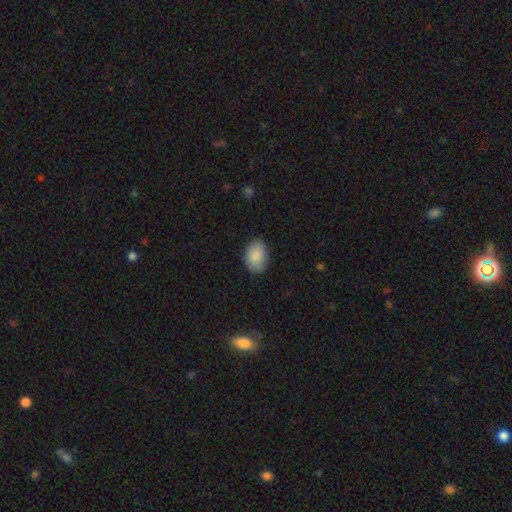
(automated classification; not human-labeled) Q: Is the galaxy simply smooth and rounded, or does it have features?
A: smooth — 89%.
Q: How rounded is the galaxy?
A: in between — 83%.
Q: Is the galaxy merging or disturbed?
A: none — 84%.